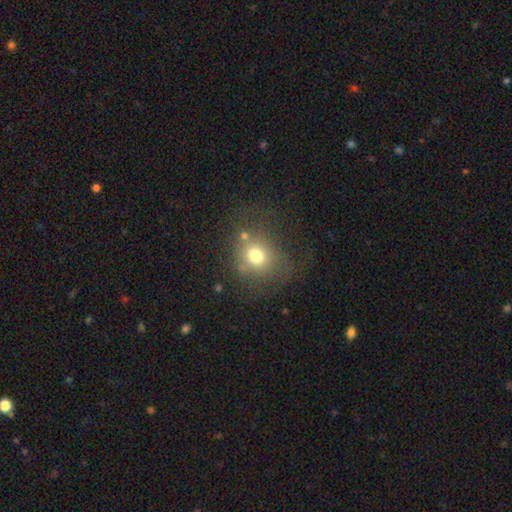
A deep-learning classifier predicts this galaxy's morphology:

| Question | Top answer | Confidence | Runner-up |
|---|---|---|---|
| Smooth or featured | smooth | 69% | featured or disk (16%) |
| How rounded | round | 66% | in between (33%) |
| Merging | none | 60% | minor disturbance (19%) |